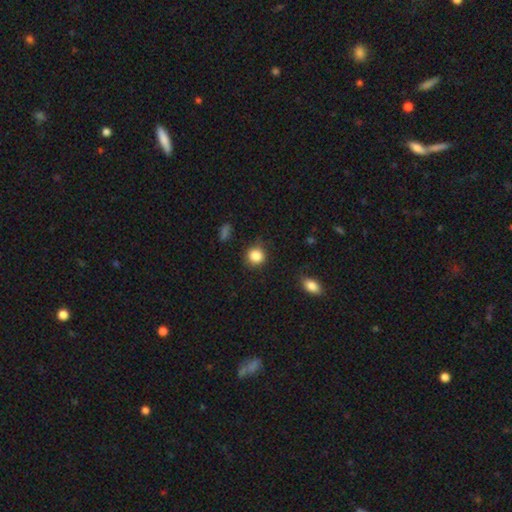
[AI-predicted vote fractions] Smooth or featured?
  - smooth: 86% *
  - star or artifact: 10%
  - featured or disk: 4%
How rounded?
  - round: 88% *
  - in between: 11%
  - cigar-shaped: 1%
Merging?
  - none: 84% *
  - minor disturbance: 11%
  - major disturbance: 3%
  - merger: 2%